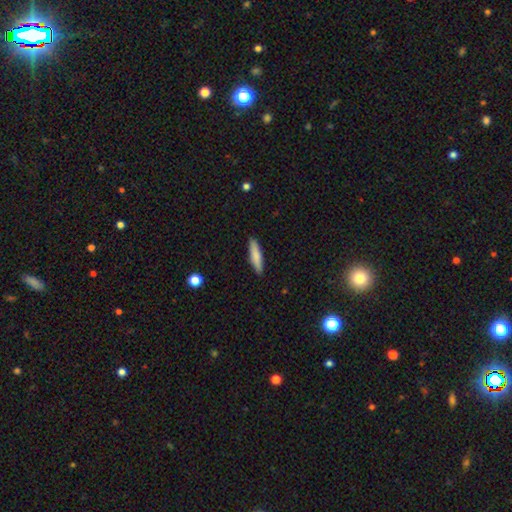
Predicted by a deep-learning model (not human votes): This is likely a smooth galaxy (80%). How rounded: likely cigar-shaped (79%). Merging: clearly none (89%).